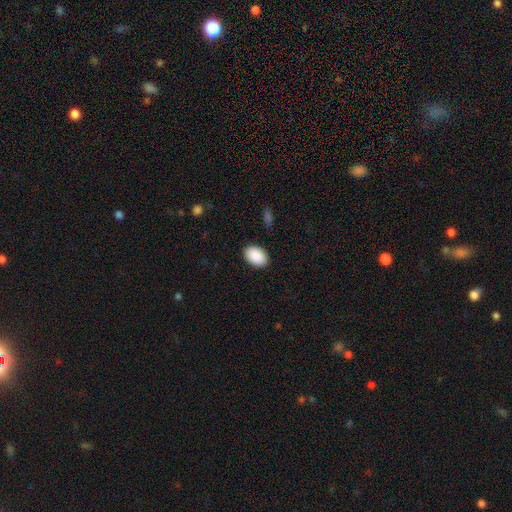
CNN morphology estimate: Smooth or featured: smooth — 91% (star or artifact — 6%)
How rounded: in between — 85% (round — 14%)
Merging: none — 89% (minor disturbance — 8%)